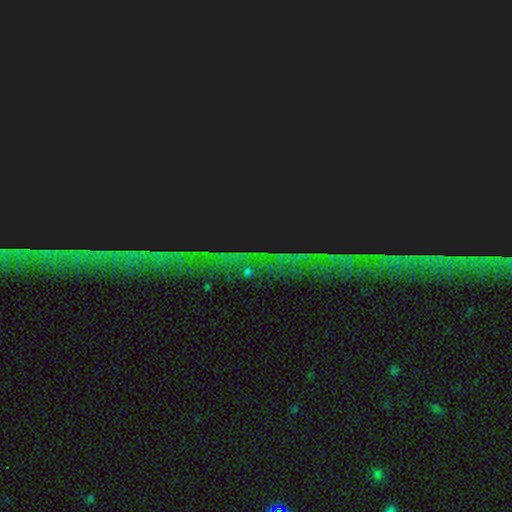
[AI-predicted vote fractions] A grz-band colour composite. It shows a star or artifact, not a galaxy (82%).